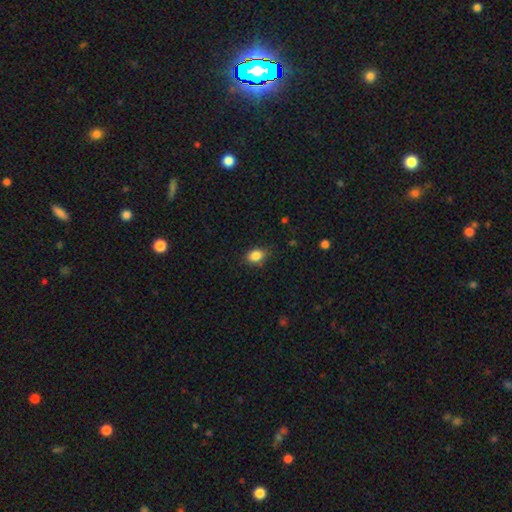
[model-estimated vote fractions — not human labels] Smooth or featured: smooth — 86% (star or artifact — 9%)
How rounded: in between — 73% (round — 26%)
Merging: none — 79% (minor disturbance — 16%)